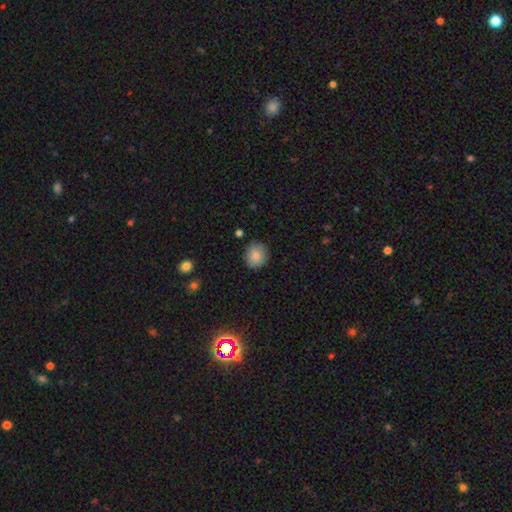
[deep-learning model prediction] Overall: smooth (83%). How rounded: round (84%). Merging: none (85%).